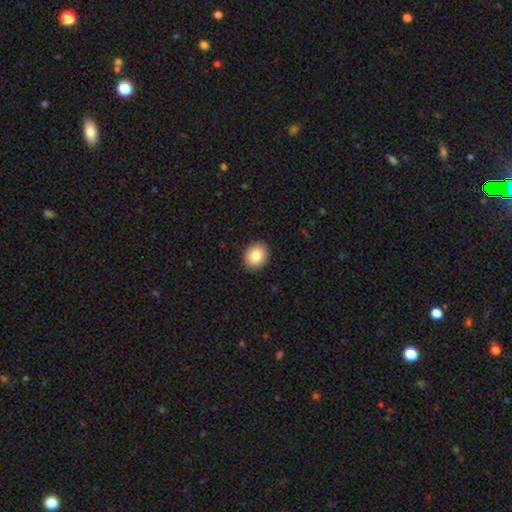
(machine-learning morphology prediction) Smooth or featured? smooth (84%)
How rounded? round (58%)
Merging? none (90%)